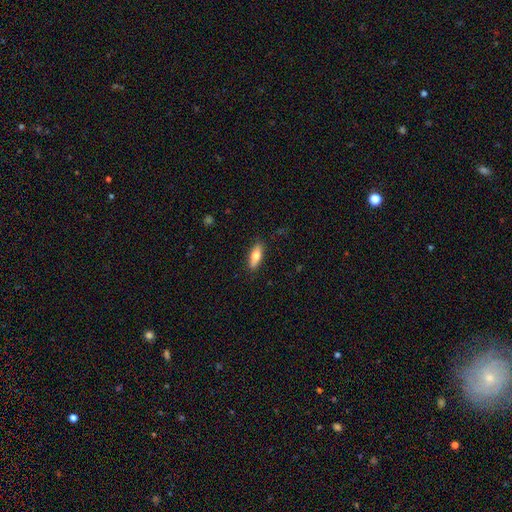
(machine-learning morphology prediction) Overall: smooth (69%). How rounded: in between (65%; cigar-shaped 32%). Merging: none (87%).